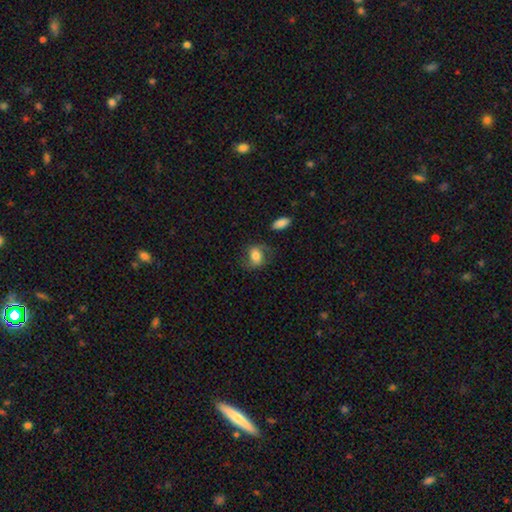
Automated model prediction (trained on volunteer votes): smooth_or_featured: smooth (p=0.61) [alt: featured or disk p=0.31]
how_rounded: in between (p=0.65) [alt: round p=0.33]
merging: none (p=0.67) [alt: minor disturbance p=0.20]